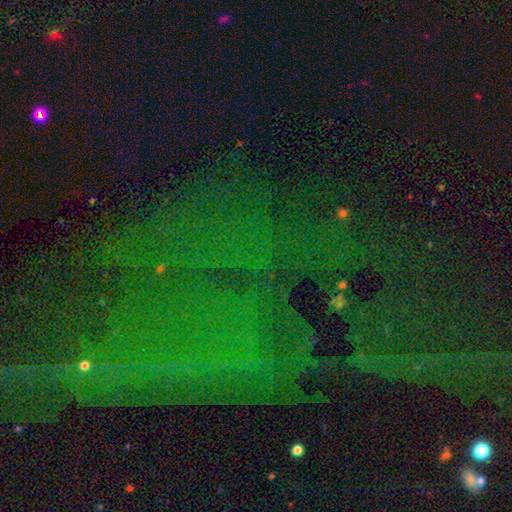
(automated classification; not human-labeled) Smooth or featured? star or artifact (81%)